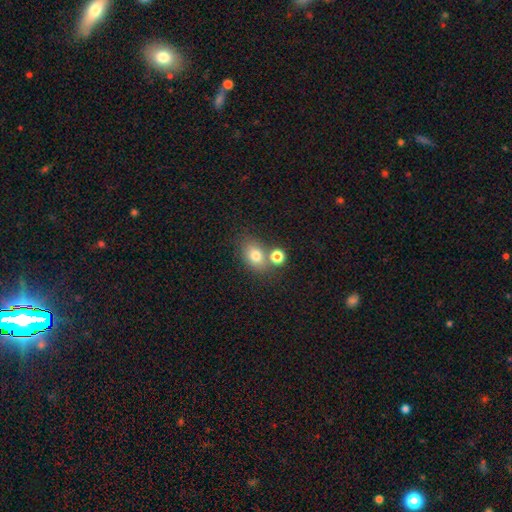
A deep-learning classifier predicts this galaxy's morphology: Overall: smooth (76%). How rounded: in between (66%; round 33%). Merging: none (59%; merger 24%).